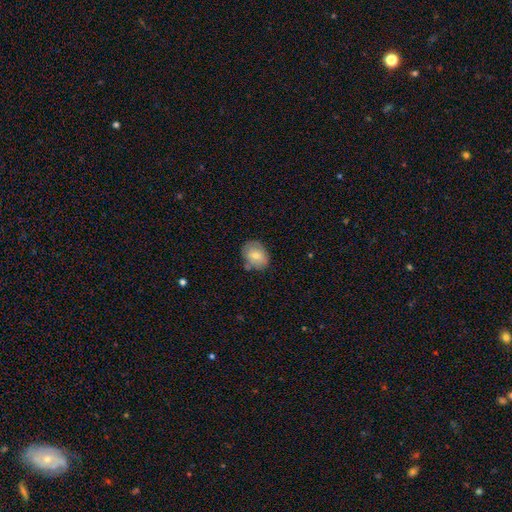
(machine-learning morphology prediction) Smooth or featured: smooth — 69% (featured or disk — 23%)
How rounded: in between — 50% (round — 49%)
Merging: none — 75% (minor disturbance — 17%)